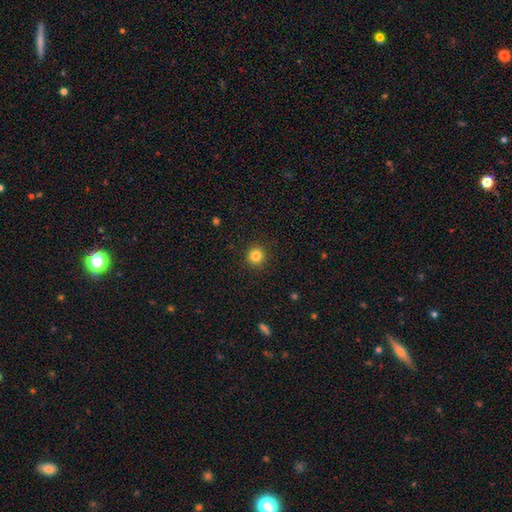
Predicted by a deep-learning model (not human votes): A smooth galaxy with no disk features (83%) that is round (94%). Merging: none (92%).